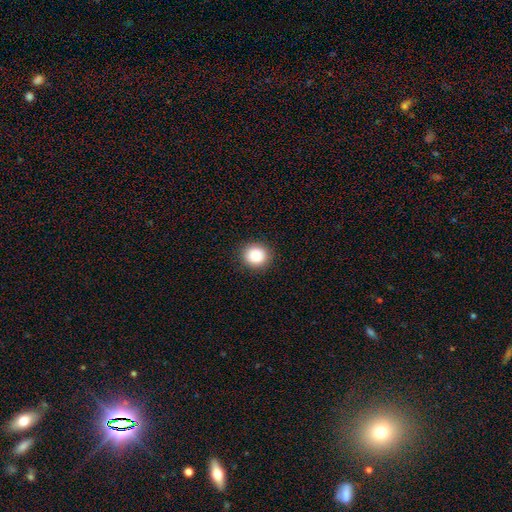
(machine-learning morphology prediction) Smooth or featured?
  - smooth: 87% *
  - star or artifact: 9%
  - featured or disk: 4%
How rounded?
  - round: 85% *
  - in between: 14%
  - cigar-shaped: 1%
Merging?
  - none: 91% *
  - minor disturbance: 6%
  - major disturbance: 2%
  - merger: 1%